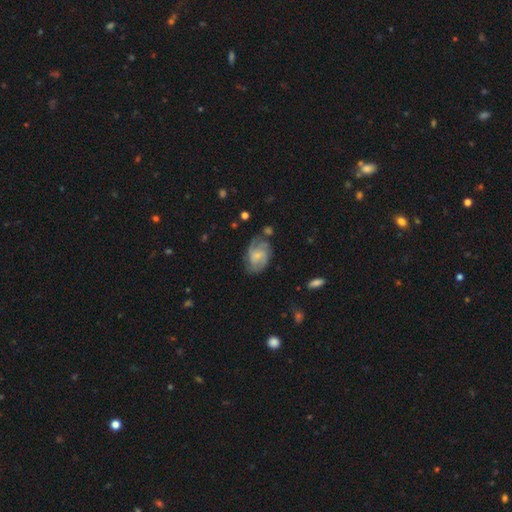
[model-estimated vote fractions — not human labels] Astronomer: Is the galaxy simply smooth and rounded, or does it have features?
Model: featured or disk — 66%.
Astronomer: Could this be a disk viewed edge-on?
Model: no — 97%.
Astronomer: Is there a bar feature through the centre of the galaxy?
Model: no — 50% (runner-up: weak, 43%).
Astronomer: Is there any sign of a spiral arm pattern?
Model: yes — 89%.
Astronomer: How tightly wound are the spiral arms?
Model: medium — 45% (runner-up: tight, 36%).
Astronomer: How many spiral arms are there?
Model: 2 — 54%.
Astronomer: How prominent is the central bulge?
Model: small — 50% (runner-up: moderate, 33%).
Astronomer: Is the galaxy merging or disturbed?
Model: none — 65%.